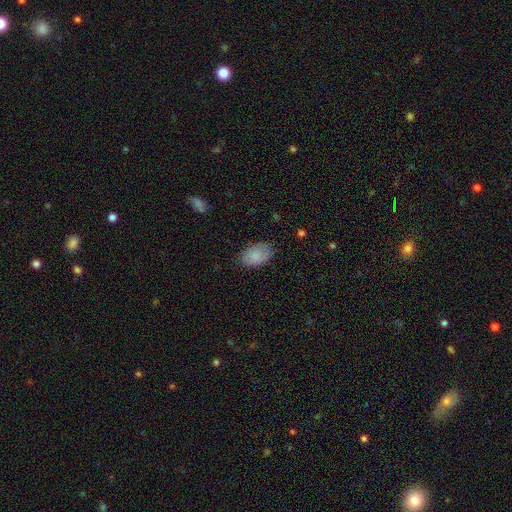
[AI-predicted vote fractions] Smooth or featured? smooth (86%)
How rounded? in between (91%)
Merging? none (81%)